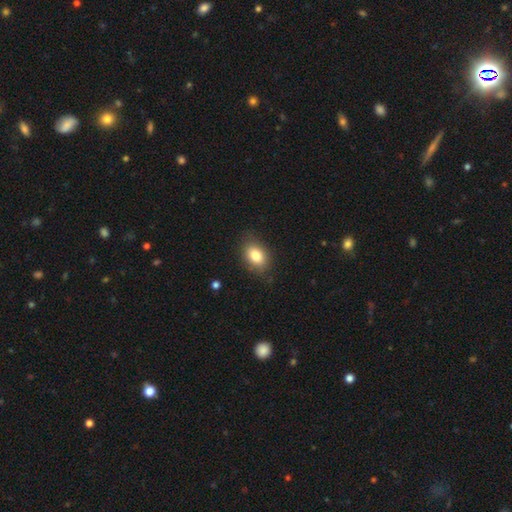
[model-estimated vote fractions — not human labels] smooth 81%, featured or disk 10%, star or artifact 9%. Down the decision tree: how rounded — in between (79%); merging — none (82%).